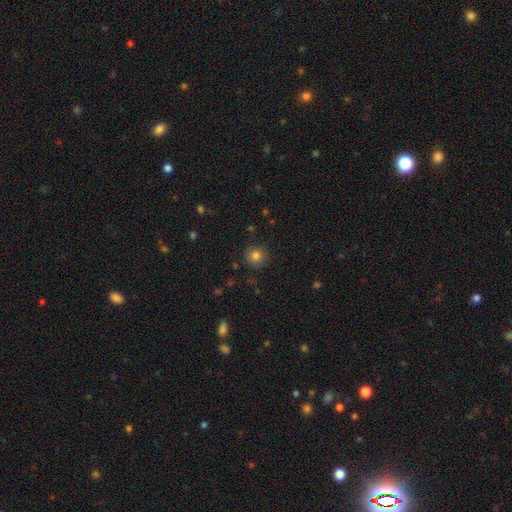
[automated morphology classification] Smooth or featured: smooth — 81% (star or artifact — 12%)
How rounded: round — 92% (in between — 7%)
Merging: none — 87% (minor disturbance — 9%)